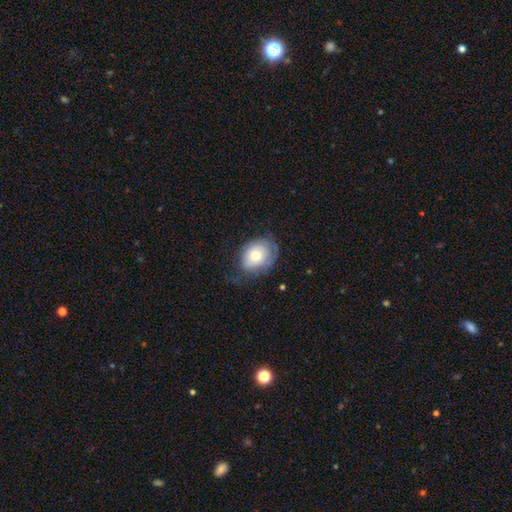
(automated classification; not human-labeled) Smooth or featured?
  - smooth: 65% *
  - featured or disk: 27%
  - star or artifact: 8%
How rounded?
  - in between: 64% *
  - round: 35%
  - cigar-shaped: 1%
Merging?
  - none: 55% *
  - minor disturbance: 29%
  - major disturbance: 14%
  - merger: 1%